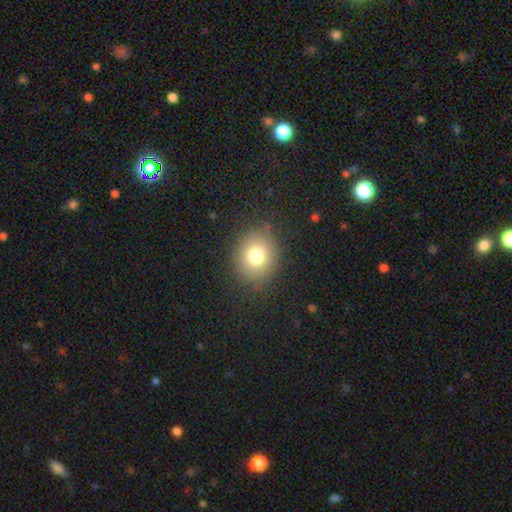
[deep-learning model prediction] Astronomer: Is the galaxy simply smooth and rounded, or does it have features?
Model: smooth — 76%.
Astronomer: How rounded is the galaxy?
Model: round — 78%.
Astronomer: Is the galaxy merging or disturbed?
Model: none — 86%.